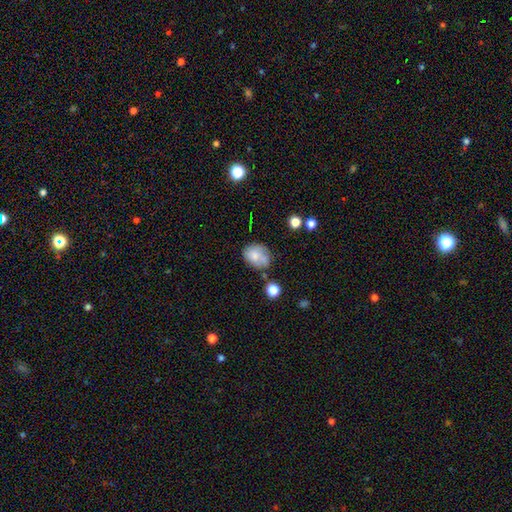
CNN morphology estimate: Q: Smooth or featured?
A: smooth (72%); runner-up: featured or disk (18%)
Q: How rounded?
A: round (51%); runner-up: in between (48%)
Q: Merging?
A: none (50%); runner-up: minor disturbance (25%)